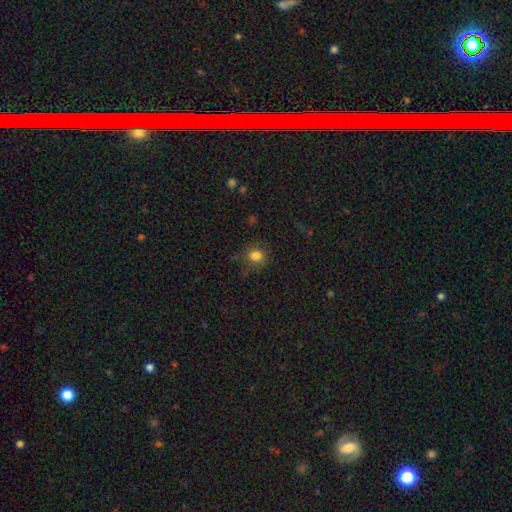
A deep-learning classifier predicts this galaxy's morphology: The model was most divided on "how rounded": round: 68%, in between: 31%, cigar-shaped: 1%. More confident: smooth or featured — smooth (81%); merging — none (78%).